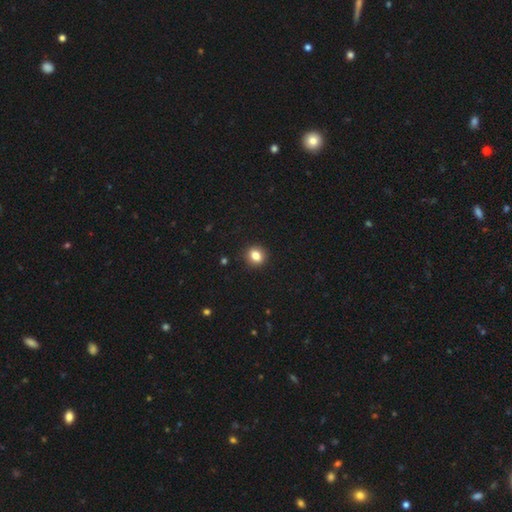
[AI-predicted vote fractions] Q: Smooth or featured?
A: smooth (83%); runner-up: star or artifact (11%)
Q: How rounded?
A: round (70%); runner-up: in between (29%)
Q: Merging?
A: none (91%); runner-up: minor disturbance (6%)